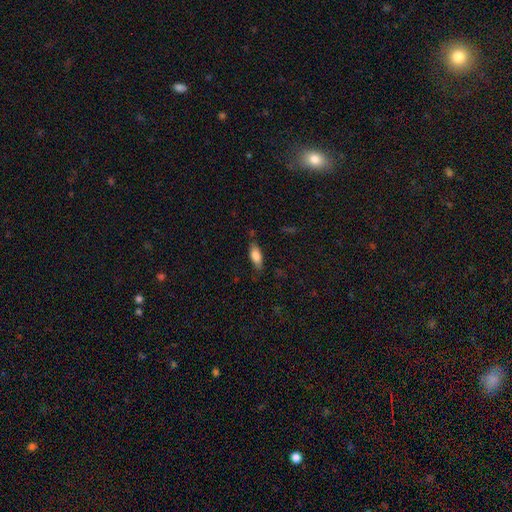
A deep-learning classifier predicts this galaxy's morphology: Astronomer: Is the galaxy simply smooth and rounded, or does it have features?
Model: smooth — 80%.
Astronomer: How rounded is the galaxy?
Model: in between — 77%.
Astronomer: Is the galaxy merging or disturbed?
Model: none — 75%.